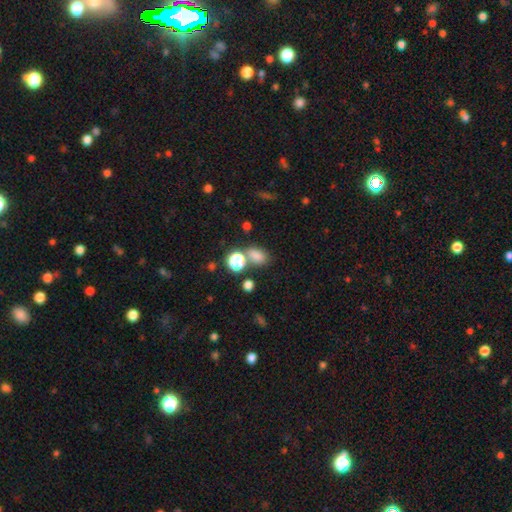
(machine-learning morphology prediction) Overall: smooth (75%). How rounded: in between (68%; round 30%). Merging: none (62%).